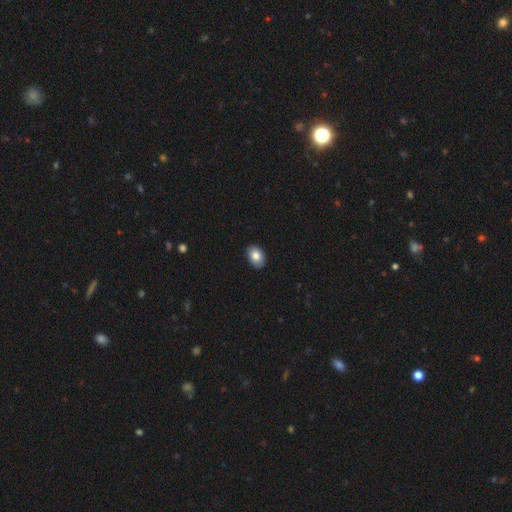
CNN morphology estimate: Overall: smooth (84%). How rounded: in between (80%). Merging: none (89%).